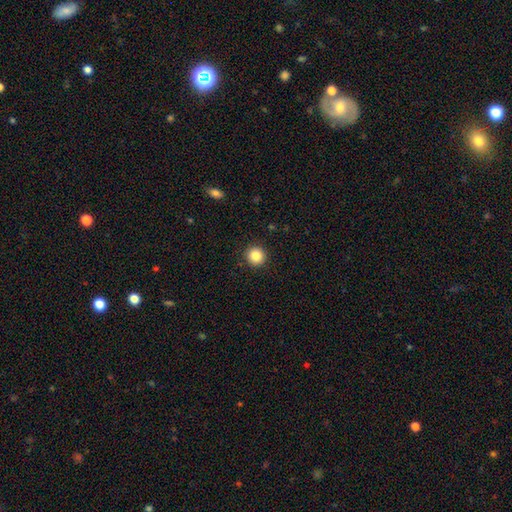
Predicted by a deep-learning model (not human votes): Overall: smooth (85%). How rounded: round (95%). Merging: none (92%).